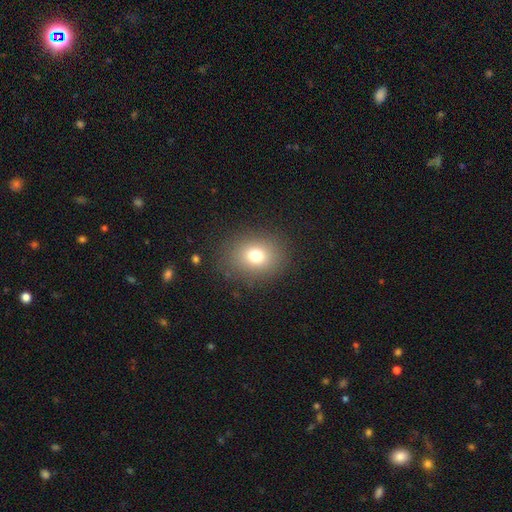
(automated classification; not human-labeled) Smooth or featured: smooth — 75% (star or artifact — 14%)
How rounded: round — 58% (in between — 41%)
Merging: none — 85% (minor disturbance — 9%)